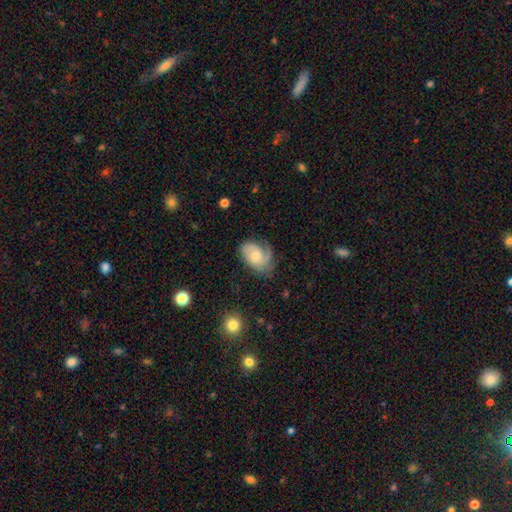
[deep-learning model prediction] Smooth or featured? featured or disk (59%)
Edge-on disk? no (96%)
Bar? no (73%)
Spiral arms? yes (87%)
Bulge size? small (44%, tied with moderate)
Merging? none (49%)